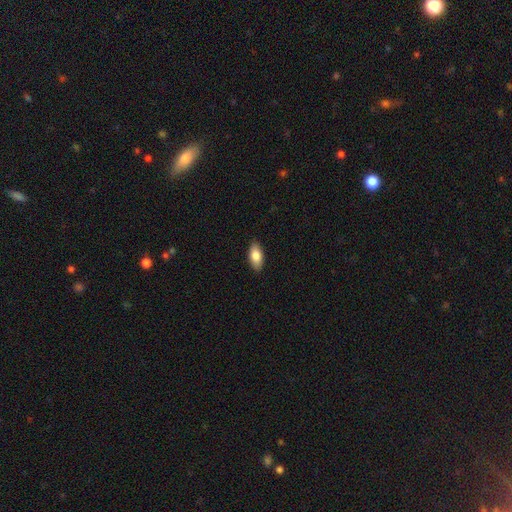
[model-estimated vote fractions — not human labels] A smooth galaxy with no disk features (83%) that is in between round and cigar-shaped (90%).

Vote fractions:
- Smooth or featured? smooth: 83% / featured or disk: 11% / star or artifact: 6%
- How rounded? in between: 90% / cigar-shaped: 7% / round: 3%
- Merging? none: 88% / minor disturbance: 9% / major disturbance: 2% / merger: 1%